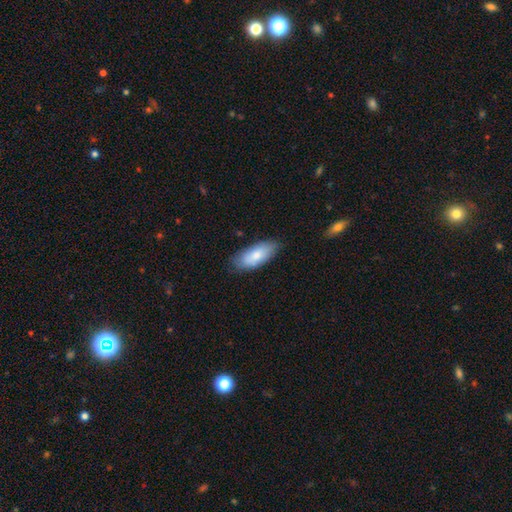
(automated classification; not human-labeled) Morphology: type=smooth (80%); roundness=in between (85%); merging=none (78%).